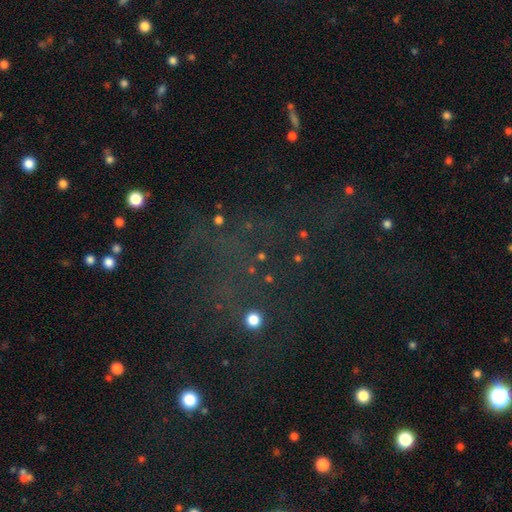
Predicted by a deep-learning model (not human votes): Q: Smooth or featured?
A: star or artifact (62%); runner-up: smooth (21%)